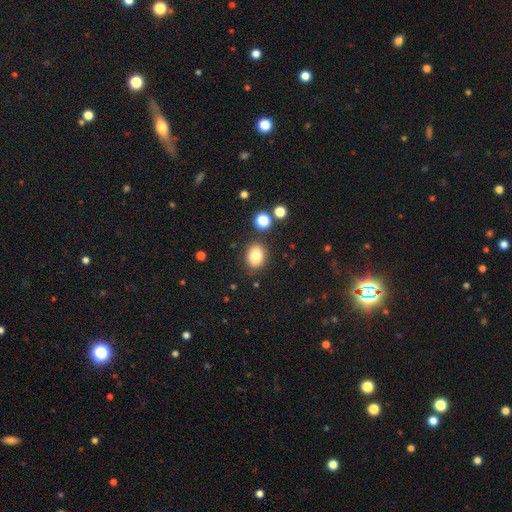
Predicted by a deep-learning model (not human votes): Morphology: type=smooth (80%); roundness=in between (52%); merging=none (84%).